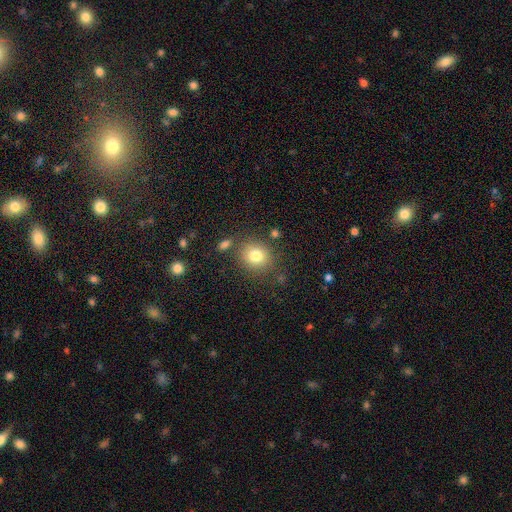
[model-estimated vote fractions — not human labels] This is likely a smooth galaxy (80%). How rounded: clearly round (83%). Merging: likely none (80%).